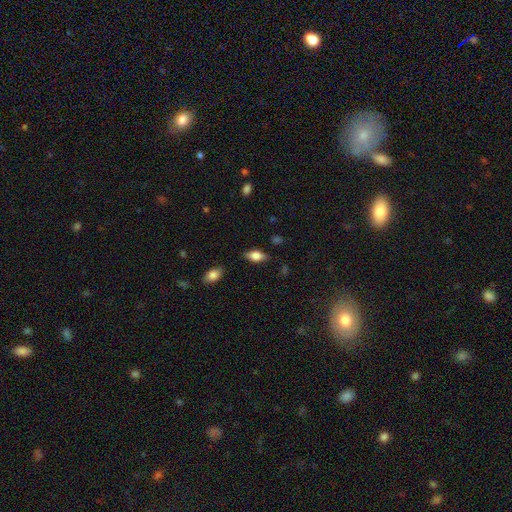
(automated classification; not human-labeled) Overall: smooth (70%). How rounded: in between (85%). Merging: none (82%).